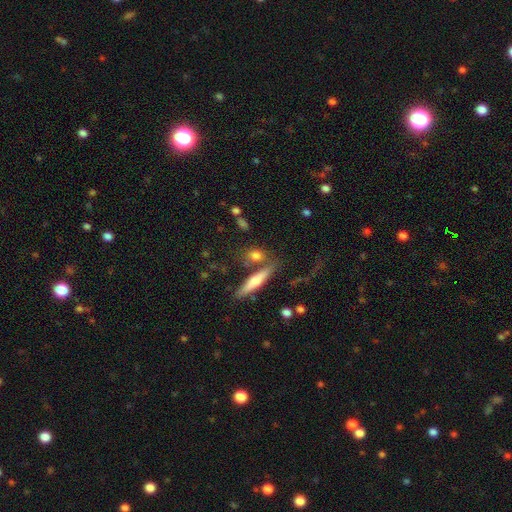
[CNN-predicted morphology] A smooth galaxy with no disk features (72%) that is in between round and cigar-shaped (43%). Merging: none (64%).